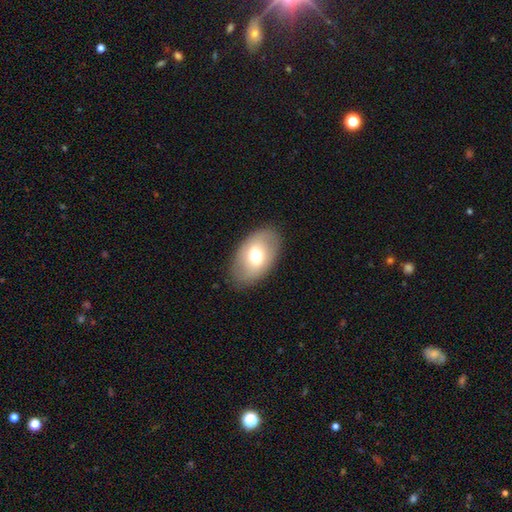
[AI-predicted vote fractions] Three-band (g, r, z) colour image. It shows a smooth galaxy with no disk features (64%) that is in between round and cigar-shaped (91%). Merging: none (84%).